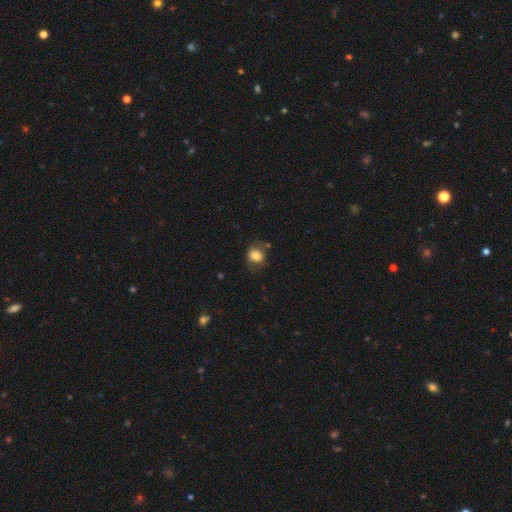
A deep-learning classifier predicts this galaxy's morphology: smooth-or-featured: smooth: 78% | featured or disk: 13% | star or artifact: 9%
  how-rounded: round: 61% | in between: 38% | cigar-shaped: 1%
  merging: none: 68% | minor disturbance: 20% | major disturbance: 9% | merger: 3%